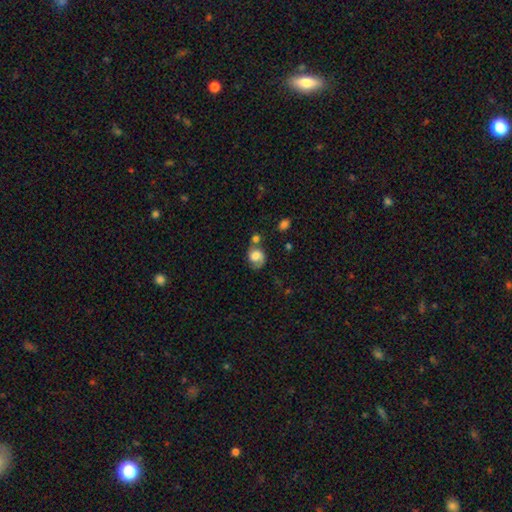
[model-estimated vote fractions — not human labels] This is possibly a featured or disk galaxy (49%). Merging: marginally none (43%).